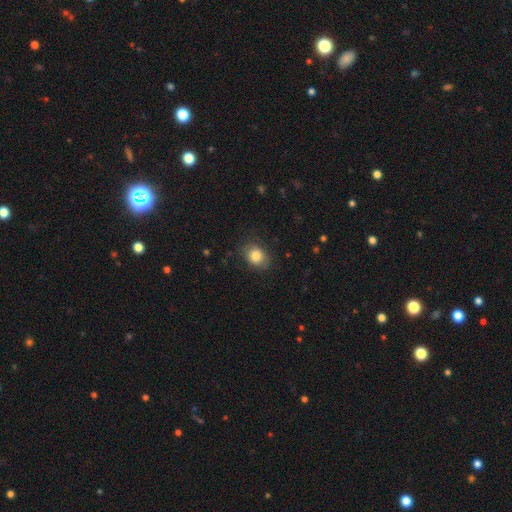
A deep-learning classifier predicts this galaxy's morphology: smooth-or-featured: smooth: 83% | star or artifact: 8% | featured or disk: 8%
  how-rounded: in between: 51% | round: 48% | cigar-shaped: 1%
  merging: none: 77% | minor disturbance: 16% | major disturbance: 5% | merger: 1%